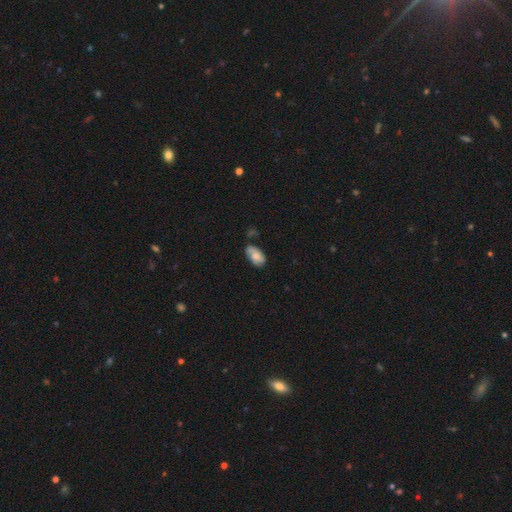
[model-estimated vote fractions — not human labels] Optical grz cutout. It shows a smooth galaxy with no disk features (67%) that is in between round and cigar-shaped (93%). Merging: none (60%).